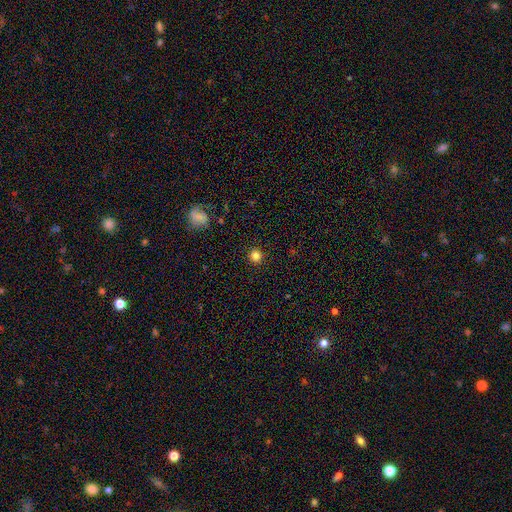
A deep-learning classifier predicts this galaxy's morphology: smooth 83%, star or artifact 12%, featured or disk 5%. Down the decision tree: how rounded — round (94%); merging — none (91%).